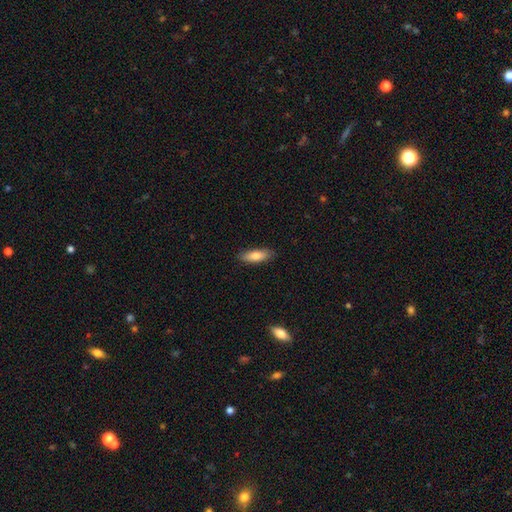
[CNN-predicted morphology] type=smooth (82%); roundness=in between (58%); merging=none (87%).